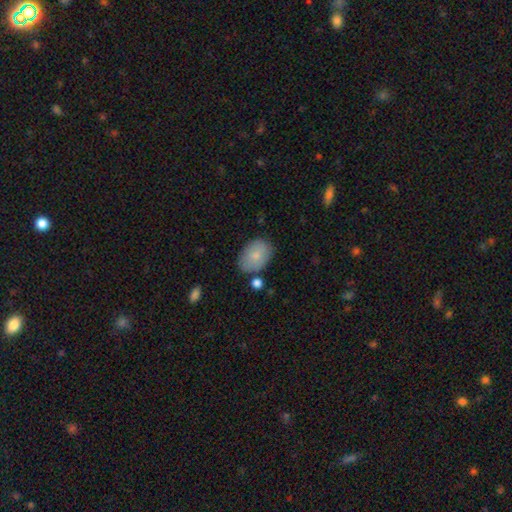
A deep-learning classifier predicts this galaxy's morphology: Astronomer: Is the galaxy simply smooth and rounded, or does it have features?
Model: smooth — 80%.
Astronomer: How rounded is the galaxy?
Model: in between — 83%.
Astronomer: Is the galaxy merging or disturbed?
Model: none — 74%.